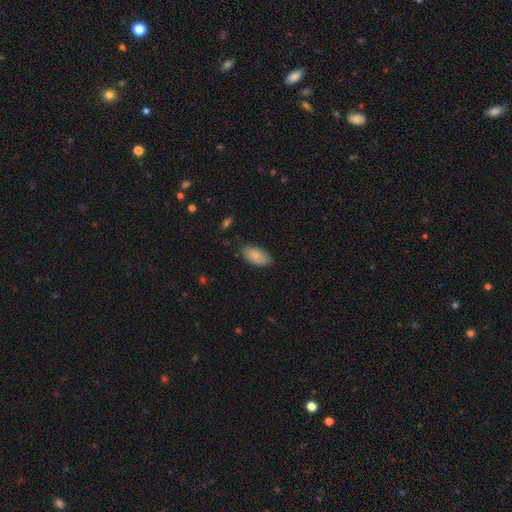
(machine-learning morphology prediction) type=smooth (79%); roundness=in between (94%); merging=none (81%).